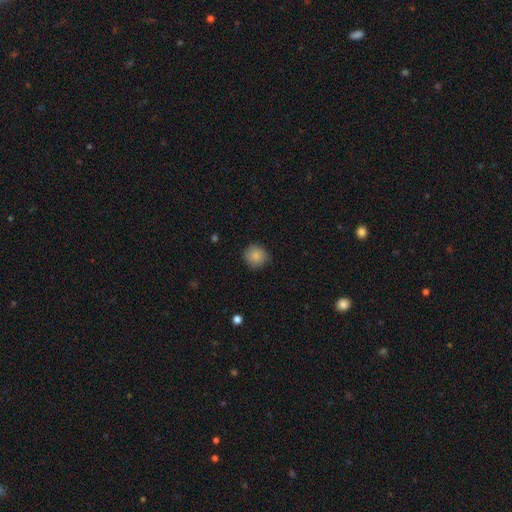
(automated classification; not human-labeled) Smooth or featured? Predicted: smooth (p=0.85). How rounded? Predicted: round (p=0.90). Merging? Predicted: none (p=0.81).